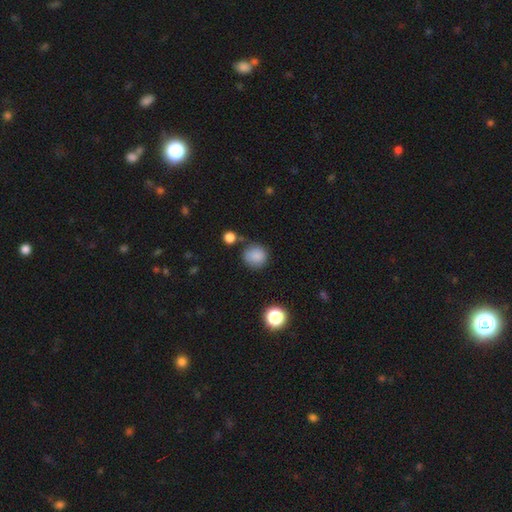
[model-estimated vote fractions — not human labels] This is clearly a smooth galaxy (84%). How rounded: clearly round (90%). Merging: likely none (72%).